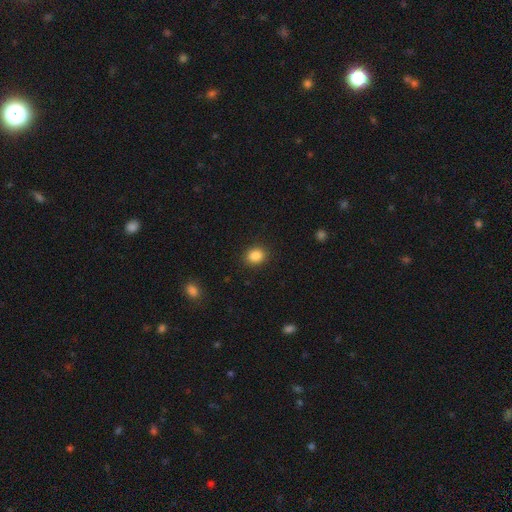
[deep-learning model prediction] Smooth or featured? Predicted: smooth (p=0.86). How rounded? Predicted: round (p=0.63). Merging? Predicted: none (p=0.90).